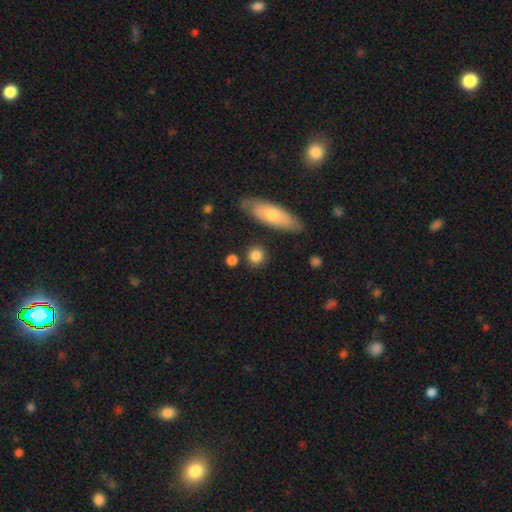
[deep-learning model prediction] A smooth galaxy with no disk features (83%) that is round (83%). Merging: none (81%).